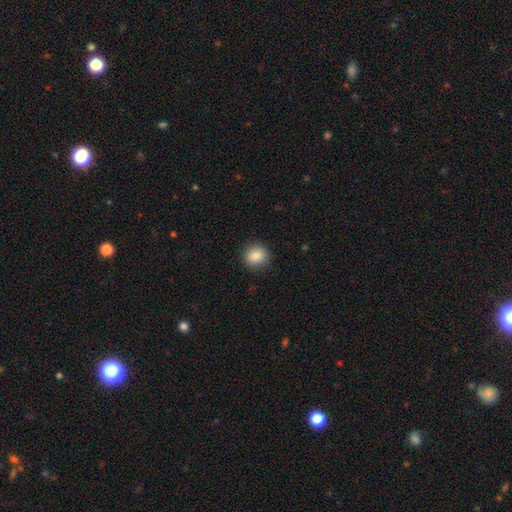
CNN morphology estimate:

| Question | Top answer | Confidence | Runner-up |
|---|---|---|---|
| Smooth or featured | smooth | 86% | star or artifact (9%) |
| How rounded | round | 87% | in between (12%) |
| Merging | none | 90% | minor disturbance (7%) |